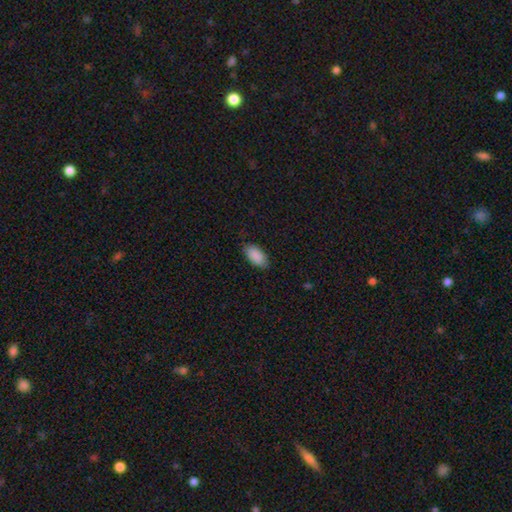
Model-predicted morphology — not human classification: smooth_or_featured: smooth (p=0.90) [alt: star or artifact p=0.06]
how_rounded: in between (p=0.94) [alt: cigar-shaped p=0.03]
merging: none (p=0.82) [alt: minor disturbance p=0.14]